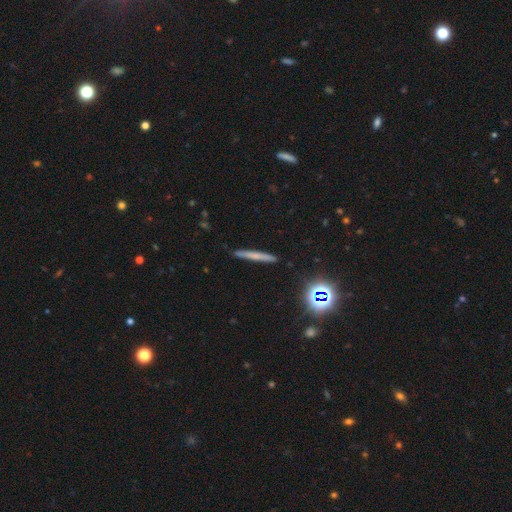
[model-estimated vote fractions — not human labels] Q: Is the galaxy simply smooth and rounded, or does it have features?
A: smooth — 54%.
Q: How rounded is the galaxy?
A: cigar-shaped — 94%.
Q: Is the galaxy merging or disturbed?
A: none — 90%.